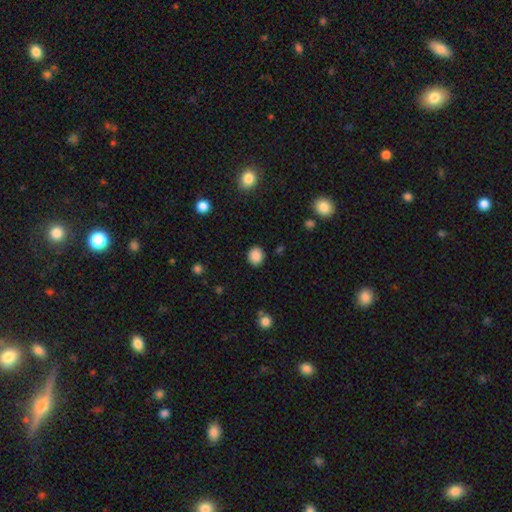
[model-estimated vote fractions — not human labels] A smooth galaxy with no disk features (87%) that is round (73%).

Vote fractions:
- Smooth or featured? smooth: 87% / star or artifact: 10% / featured or disk: 3%
- How rounded? round: 73% / in between: 26% / cigar-shaped: 1%
- Merging? none: 87% / minor disturbance: 9% / major disturbance: 3% / merger: 2%